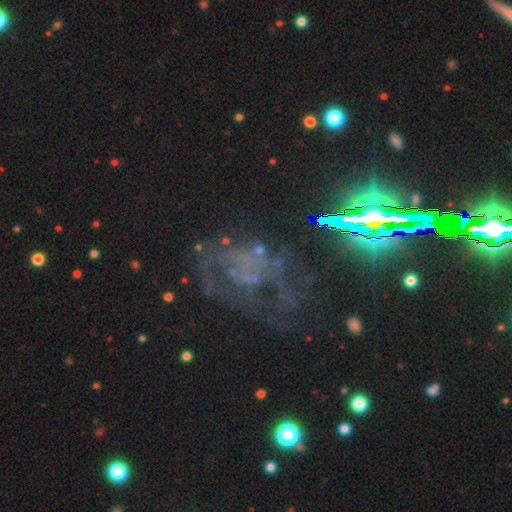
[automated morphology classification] This is possibly a featured or disk galaxy (46%). Merging: marginally none (45%).